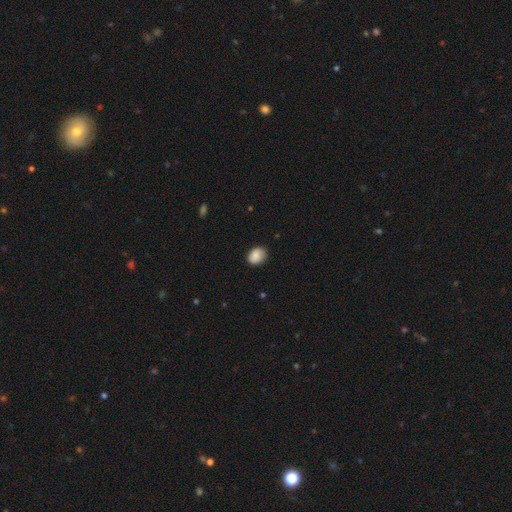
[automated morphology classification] Overall: smooth (85%). How rounded: in between (51%; round 48%). Merging: none (82%).